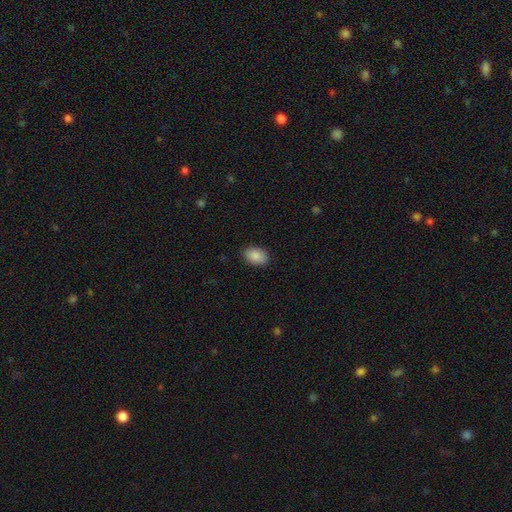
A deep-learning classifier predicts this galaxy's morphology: type=smooth (89%); roundness=in between (81%); merging=none (88%).